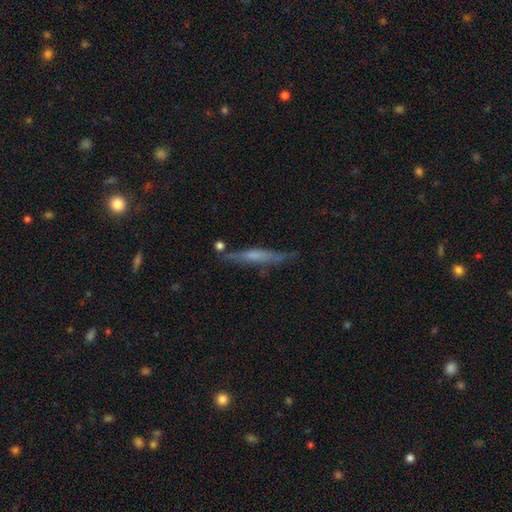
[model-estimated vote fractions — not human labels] smooth_or_featured: featured or disk (p=0.51) [alt: smooth p=0.42]
disk_edge_on: yes (p=0.91) [alt: no p=0.09]
merging: none (p=0.75) [alt: minor disturbance p=0.17]